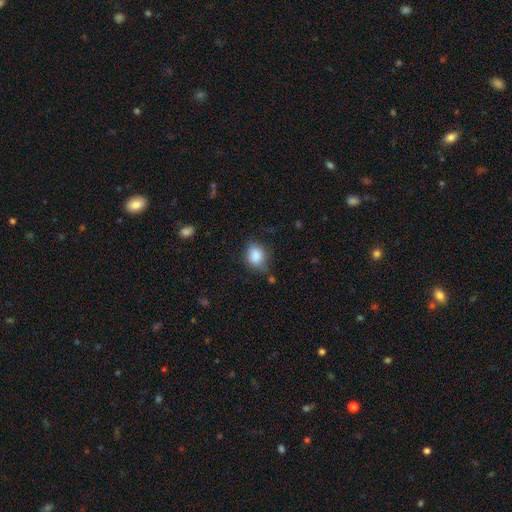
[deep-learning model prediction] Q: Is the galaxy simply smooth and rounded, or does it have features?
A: smooth — 86%.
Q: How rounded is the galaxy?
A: in between — 60%.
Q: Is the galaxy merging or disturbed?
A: none — 65%.